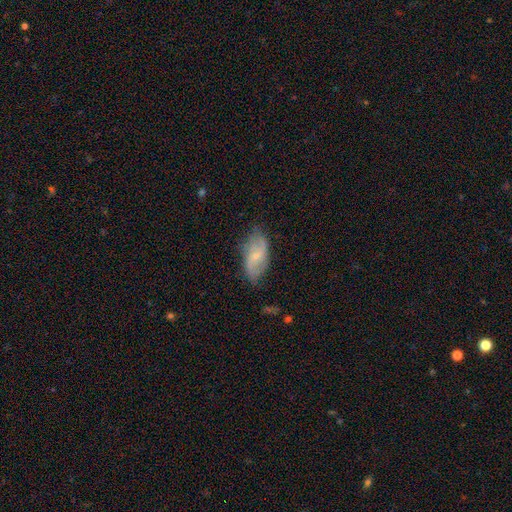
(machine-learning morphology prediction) This appears to be a featured or disk galaxy (57%) with no bar (53%), spiral arms (82%) and a small central bulge (72%). Merging: none (69%).